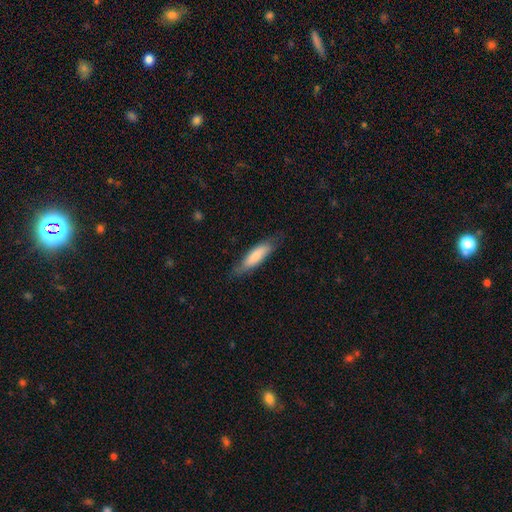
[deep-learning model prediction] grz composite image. It shows a smooth galaxy with no disk features (77%) that is cigar-shaped (61%). Merging: none (75%).